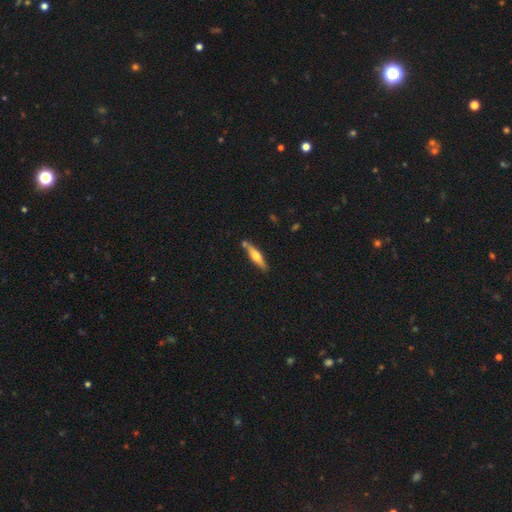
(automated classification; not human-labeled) Overall: featured or disk (54%; smooth 40%). Edge-on disk: yes (94%). Edge-on bulge: rounded (88%). Merging: none (78%).